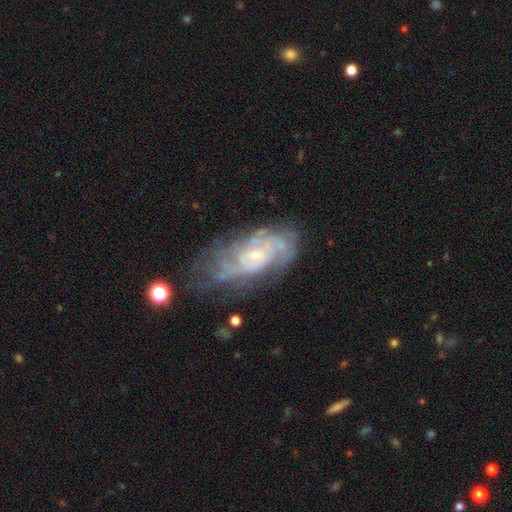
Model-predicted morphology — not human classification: Overall: featured or disk (79%). Edge-on disk: no (94%). Bar: no (61%; weak 33%). Spiral arms: yes (88%). Spiral arm count: can't tell (50%; 2 18%). Spiral winding: tight (57%; medium 34%). Bulge size: small (69%). Merging: none (56%; minor disturbance 24%).